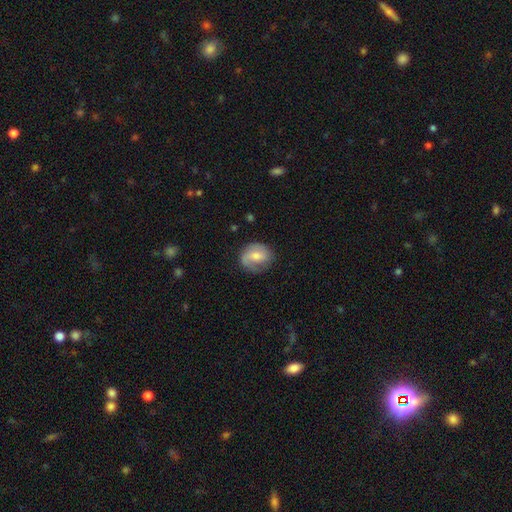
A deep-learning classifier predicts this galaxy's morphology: Smooth or featured: featured or disk — 47% (smooth — 46%)
Merging: none — 66% (minor disturbance — 22%)